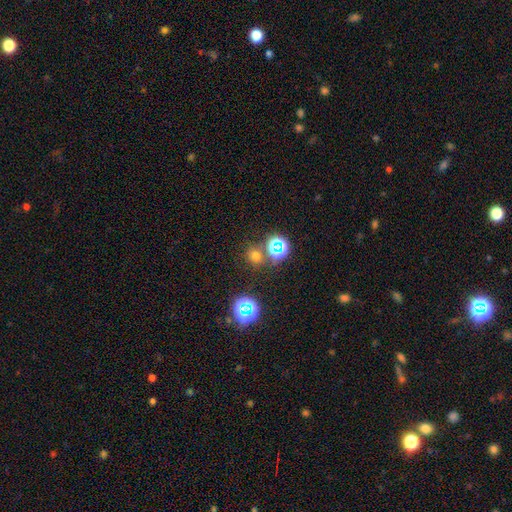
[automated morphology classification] A smooth galaxy with no disk features (62%) that is round (83%).

Vote fractions:
- Smooth or featured? smooth: 62% / star or artifact: 31% / featured or disk: 7%
- How rounded? round: 83% / in between: 16% / cigar-shaped: 1%
- Merging? none: 75% / merger: 13% / minor disturbance: 9% / major disturbance: 4%